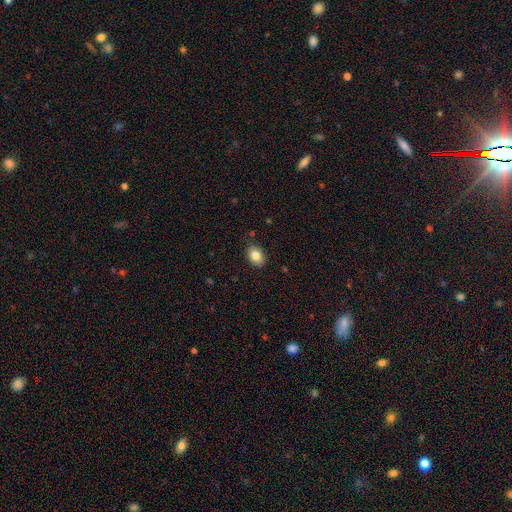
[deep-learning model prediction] Overall: smooth (85%). How rounded: in between (80%). Merging: none (83%).